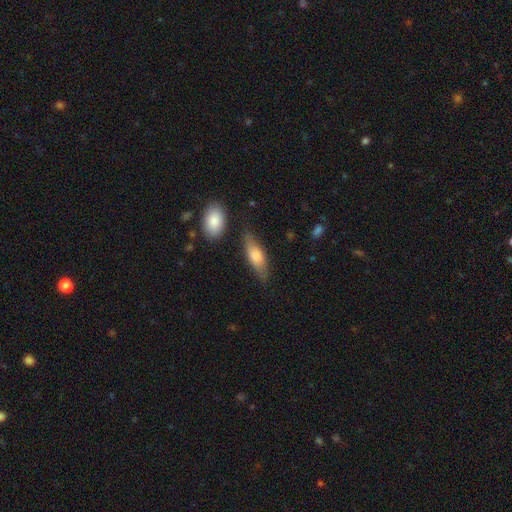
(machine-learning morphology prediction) Smooth or featured?
  - smooth: 71% *
  - featured or disk: 23%
  - star or artifact: 6%
How rounded?
  - in between: 60% *
  - cigar-shaped: 37%
  - round: 3%
Merging?
  - none: 69% *
  - minor disturbance: 22%
  - major disturbance: 6%
  - merger: 4%